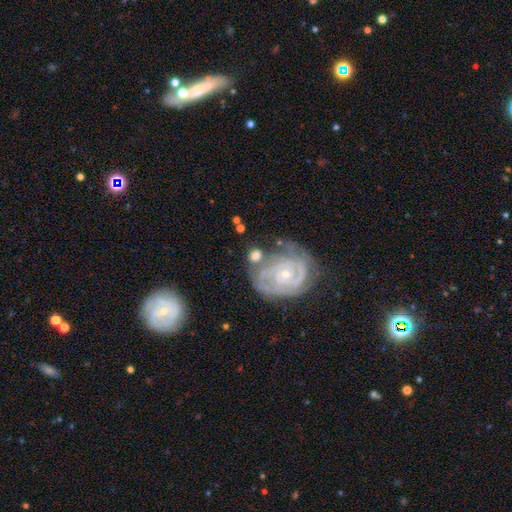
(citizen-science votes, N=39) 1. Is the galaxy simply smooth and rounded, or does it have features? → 64% featured or disk, 31% smooth, 5% star or artifact.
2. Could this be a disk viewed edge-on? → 96% no, 4% yes.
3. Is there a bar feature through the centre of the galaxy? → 62% no, 25% strong, 12% weak.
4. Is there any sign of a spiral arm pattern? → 92% yes, 8% no.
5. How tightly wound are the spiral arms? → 86% tight, 14% medium, 0% loose.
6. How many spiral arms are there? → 45% 2, 23% can't tell, 18% 4, 14% 3, 0% 1, 0% more than 4.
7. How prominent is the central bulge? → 54% small, 33% moderate, 8% dominant, 4% large, 0% none.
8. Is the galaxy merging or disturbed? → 43% none, 30% minor disturbance, 19% merger, 8% major disturbance.